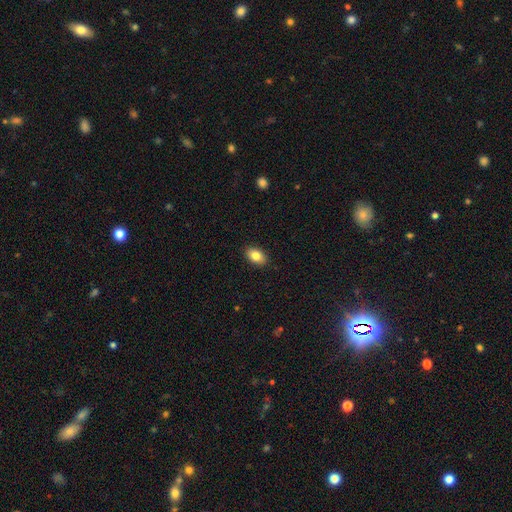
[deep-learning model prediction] This is clearly a smooth galaxy (83%). How rounded: clearly in between (88%). Merging: clearly none (90%).